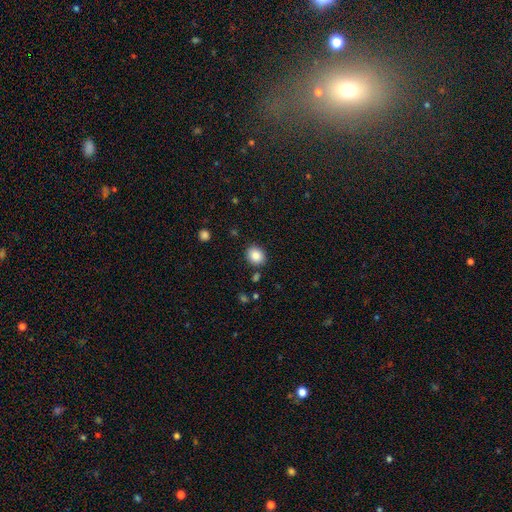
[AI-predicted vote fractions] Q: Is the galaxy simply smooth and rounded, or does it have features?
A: smooth — 86%.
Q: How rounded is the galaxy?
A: round — 64%.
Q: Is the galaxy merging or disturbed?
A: none — 86%.